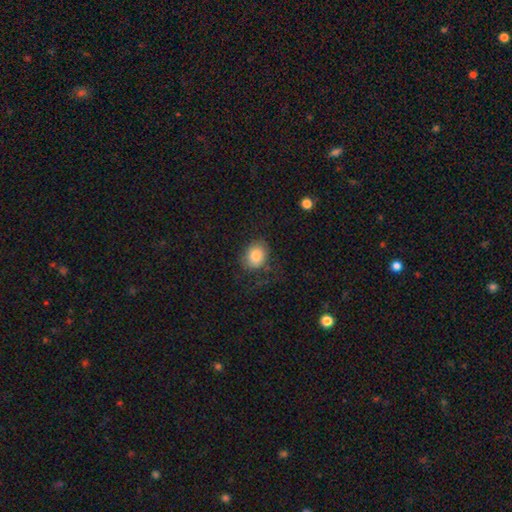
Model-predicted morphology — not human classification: Smooth or featured? Predicted: smooth (p=0.81). How rounded? Predicted: round (p=0.53). Merging? Predicted: none (p=0.71).